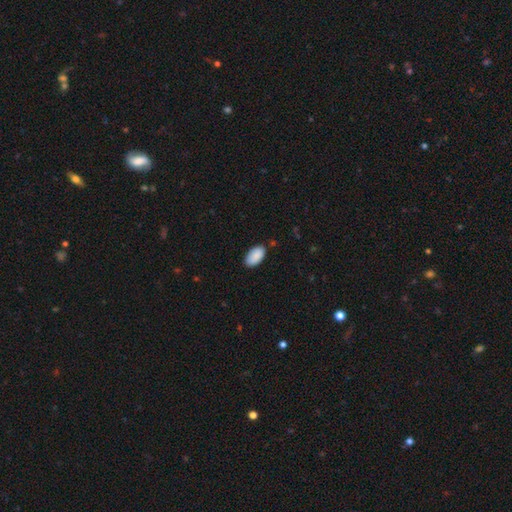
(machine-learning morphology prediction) The model was most divided on "merging": none: 81%, minor disturbance: 15%, major disturbance: 2%, merger: 2%. More confident: how rounded — in between (96%); smooth or featured — smooth (89%).